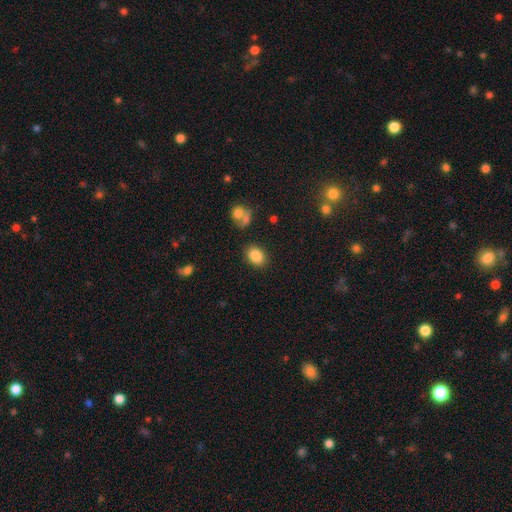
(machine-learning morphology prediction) type=smooth (86%); roundness=in between (74%); merging=none (84%).